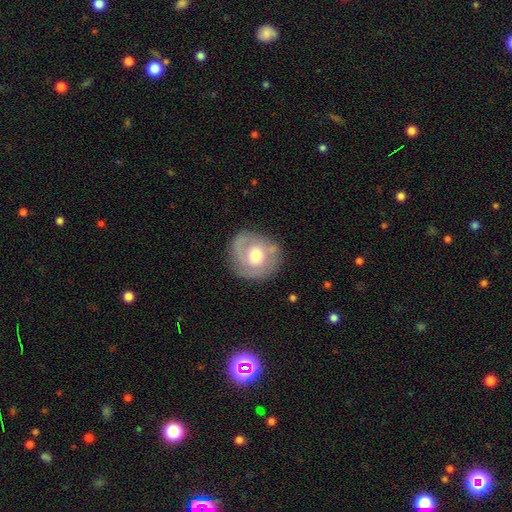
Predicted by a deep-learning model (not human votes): The model was most divided on "smooth or featured": featured or disk: 60%, smooth: 33%, star or artifact: 7%. More confident: edge-on disk — no (97%); spiral arms — yes (75%); merging — none (75%); bar — no (73%); bulge size — moderate (71%).